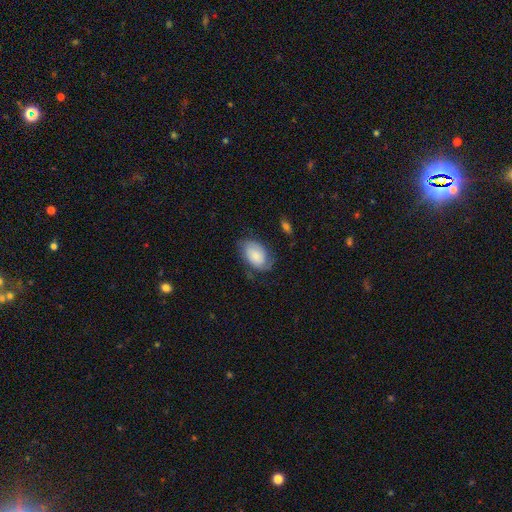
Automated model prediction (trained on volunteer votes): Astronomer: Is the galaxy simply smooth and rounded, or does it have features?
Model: smooth — 71%.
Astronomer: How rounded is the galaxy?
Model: in between — 91%.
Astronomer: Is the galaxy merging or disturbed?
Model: none — 55%.